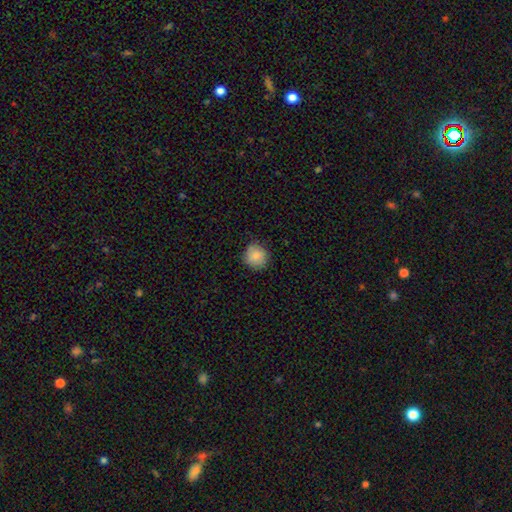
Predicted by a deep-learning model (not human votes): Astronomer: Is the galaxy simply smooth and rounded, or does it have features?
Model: smooth — 84%.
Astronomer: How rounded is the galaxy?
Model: round — 89%.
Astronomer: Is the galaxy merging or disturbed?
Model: none — 82%.